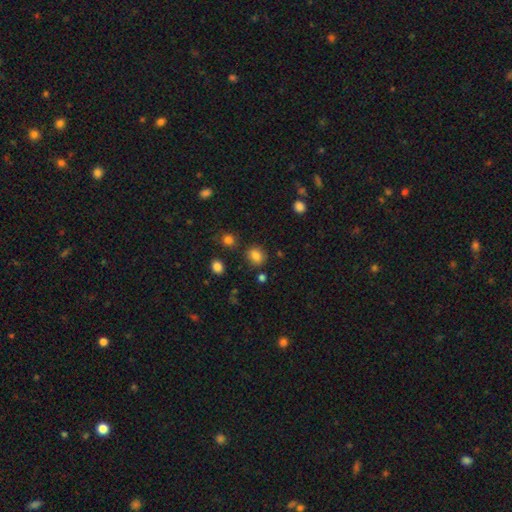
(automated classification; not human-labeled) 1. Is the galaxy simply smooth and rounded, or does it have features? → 82% smooth, 12% star or artifact, 6% featured or disk.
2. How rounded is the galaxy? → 67% round, 32% in between, 1% cigar-shaped.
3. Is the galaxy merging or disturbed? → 81% none, 11% minor disturbance, 5% merger, 3% major disturbance.